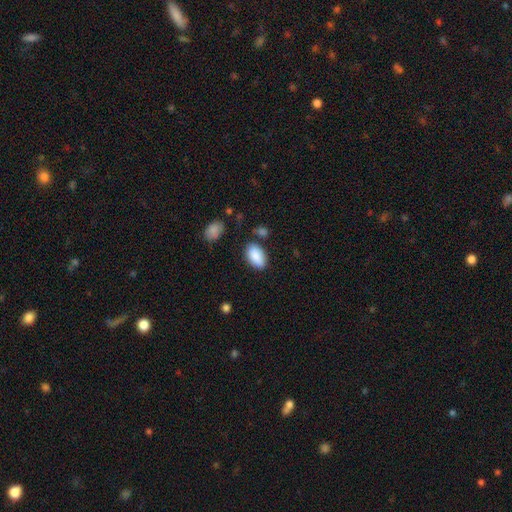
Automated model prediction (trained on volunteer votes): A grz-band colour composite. It shows a smooth galaxy with no disk features (88%) that is in between round and cigar-shaped (94%). Merging: none (76%).